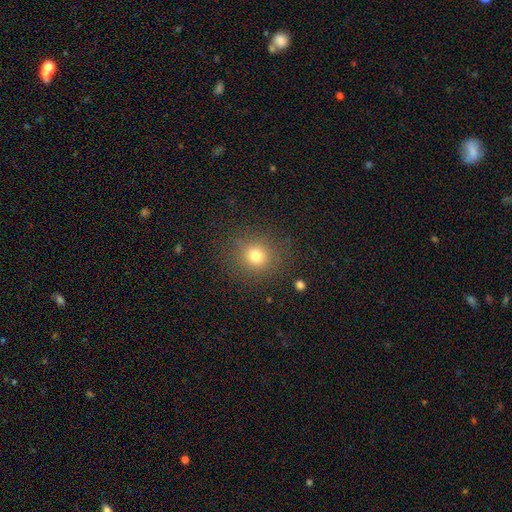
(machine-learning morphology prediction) Q: Smooth or featured?
A: smooth (75%); runner-up: star or artifact (17%)
Q: How rounded?
A: round (88%); runner-up: in between (11%)
Q: Merging?
A: none (87%); runner-up: minor disturbance (8%)